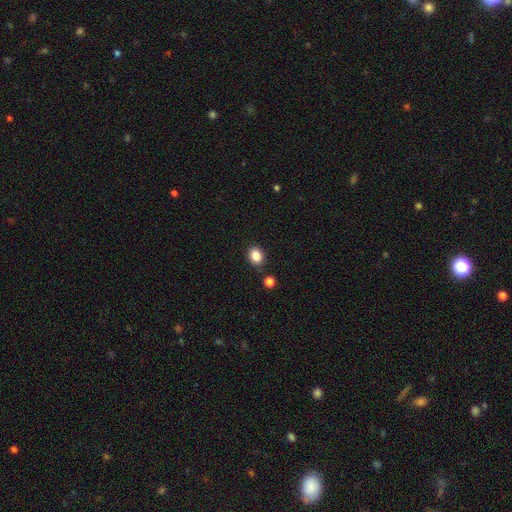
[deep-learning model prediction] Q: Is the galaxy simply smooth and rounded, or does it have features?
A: smooth — 85%.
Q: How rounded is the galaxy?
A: in between — 54%.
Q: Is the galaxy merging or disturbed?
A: none — 83%.